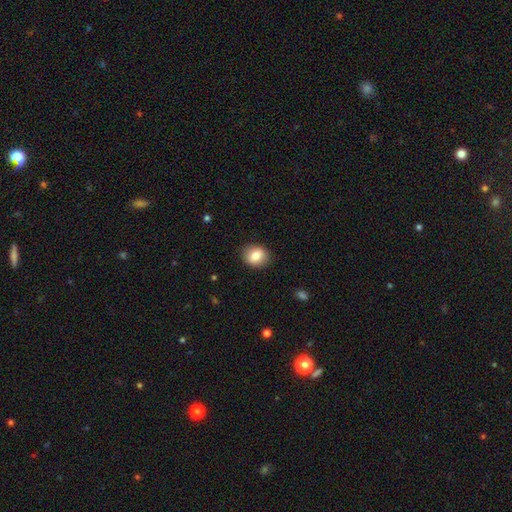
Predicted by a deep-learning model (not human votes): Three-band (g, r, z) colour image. It shows a smooth galaxy with no disk features (82%) that is round (56%). Merging: none (87%).